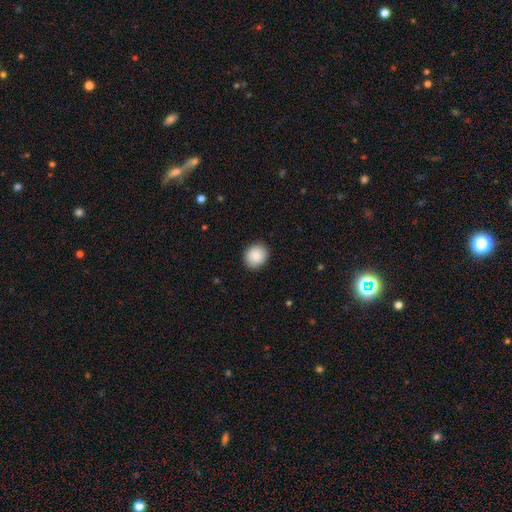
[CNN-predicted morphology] smooth_or_featured: smooth (p=0.89) [alt: star or artifact p=0.07]
how_rounded: round (p=0.69) [alt: in between p=0.31]
merging: none (p=0.89) [alt: minor disturbance p=0.08]